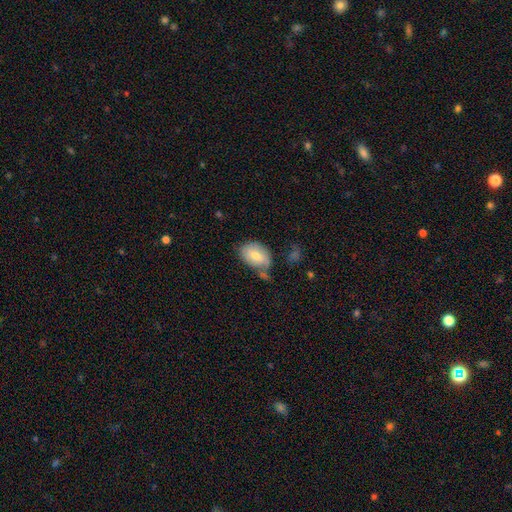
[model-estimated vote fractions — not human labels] smooth 69%, featured or disk 24%, star or artifact 7%. Down the decision tree: how rounded — in between (82%); merging — none (49%).